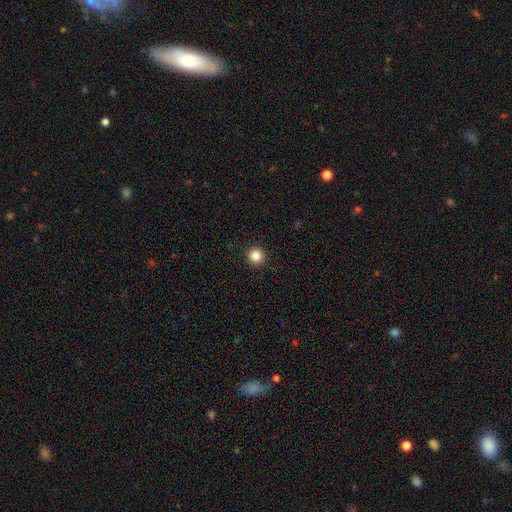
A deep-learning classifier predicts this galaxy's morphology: A smooth galaxy with no disk features (86%) that is round (96%).

Vote fractions:
- Smooth or featured? smooth: 86% / star or artifact: 11% / featured or disk: 4%
- How rounded? round: 96% / in between: 3% / cigar-shaped: 1%
- Merging? none: 93% / minor disturbance: 4% / major disturbance: 2% / merger: 1%